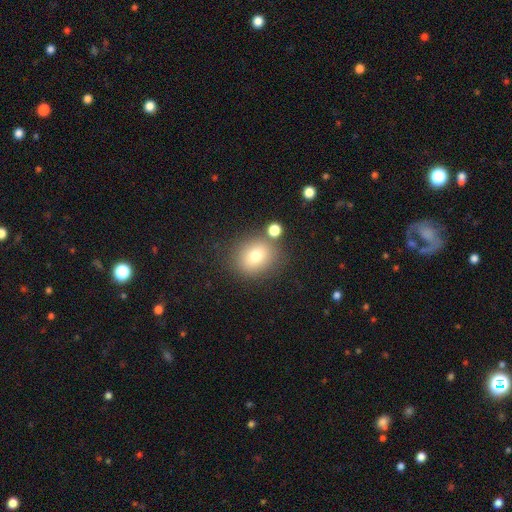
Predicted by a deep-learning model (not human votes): Overall: smooth (75%). How rounded: round (71%). Merging: none (74%).